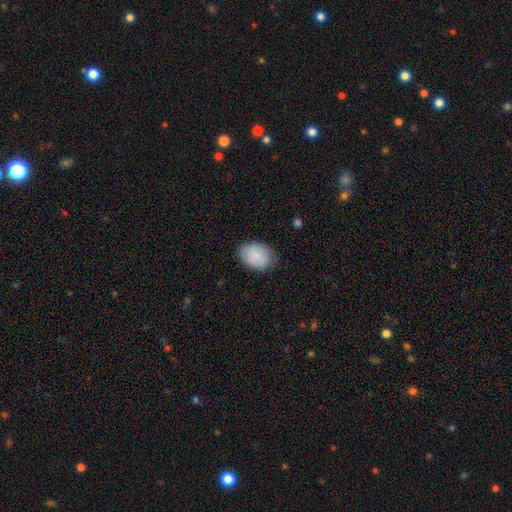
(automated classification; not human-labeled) Morphology: type=smooth (87%); roundness=in between (77%); merging=none (80%).